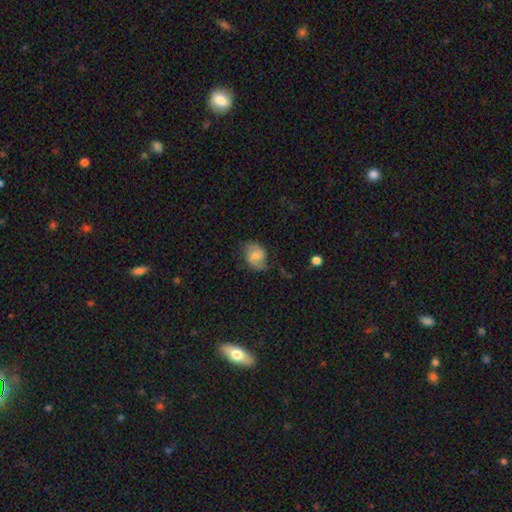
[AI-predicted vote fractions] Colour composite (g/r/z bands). It shows a smooth galaxy with no disk features (53%) that is in between round and cigar-shaped (60%). Merging: none (60%).